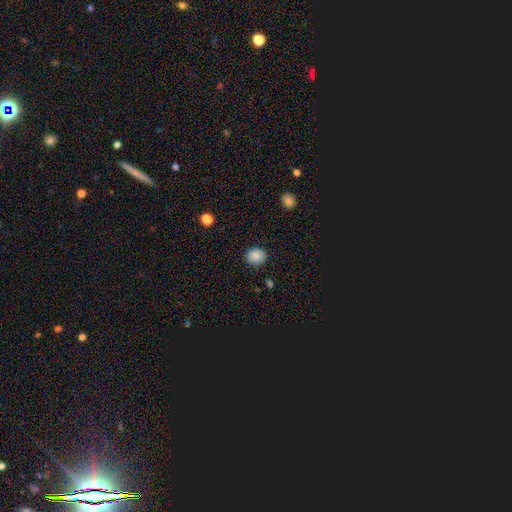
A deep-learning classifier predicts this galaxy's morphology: Overall: smooth (87%). How rounded: round (68%; in between 31%). Merging: none (88%).